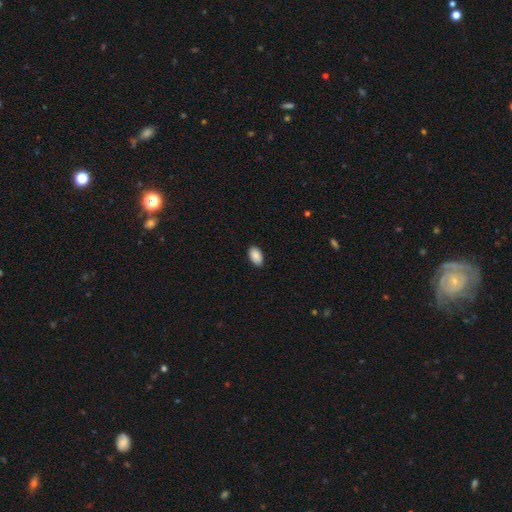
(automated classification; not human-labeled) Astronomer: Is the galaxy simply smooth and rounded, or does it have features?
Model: smooth — 89%.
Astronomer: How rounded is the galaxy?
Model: in between — 93%.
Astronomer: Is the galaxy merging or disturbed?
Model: none — 88%.